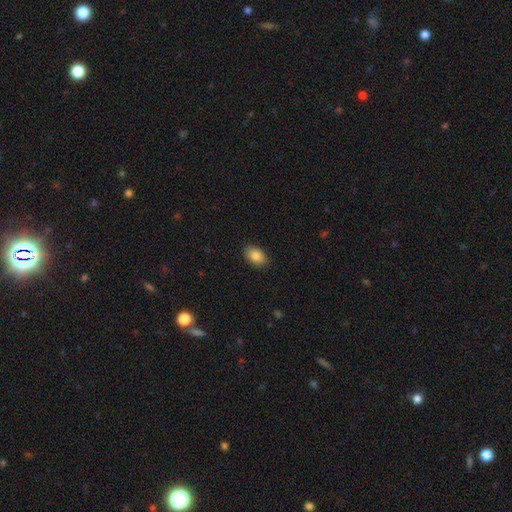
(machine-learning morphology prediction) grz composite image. It shows a smooth galaxy with no disk features (87%) that is in between round and cigar-shaped (90%). Merging: none (88%).